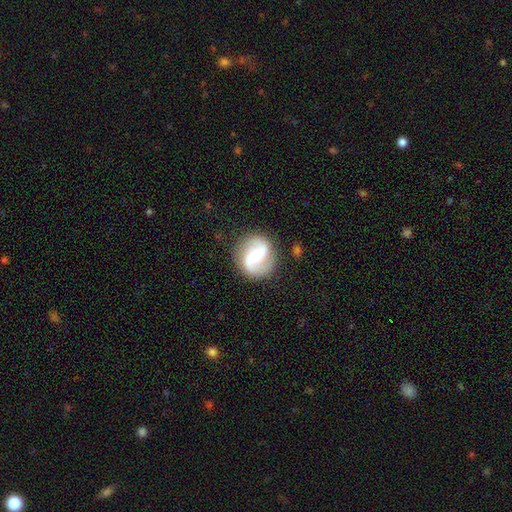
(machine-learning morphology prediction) type=featured or disk (80%); edge-on=no (98%); bar=weak (40%); spiral arms=yes (96%); winding=medium (44%); arm count=2 (91%); bulge=small (40%); merging=none (82%).